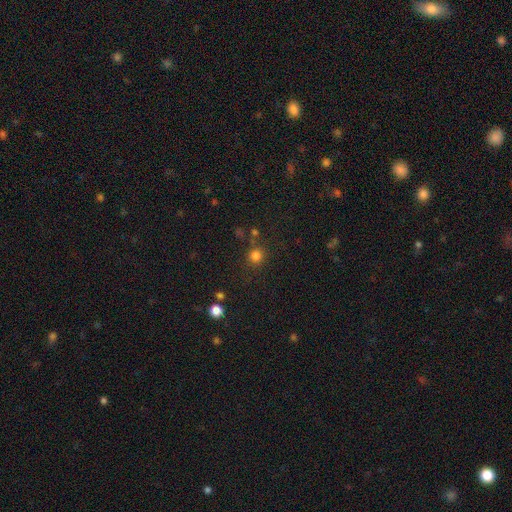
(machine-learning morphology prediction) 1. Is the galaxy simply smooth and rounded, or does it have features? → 79% smooth, 16% star or artifact, 5% featured or disk.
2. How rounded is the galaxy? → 92% round, 7% in between, 1% cigar-shaped.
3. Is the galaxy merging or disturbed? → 80% none, 9% minor disturbance, 7% merger, 4% major disturbance.